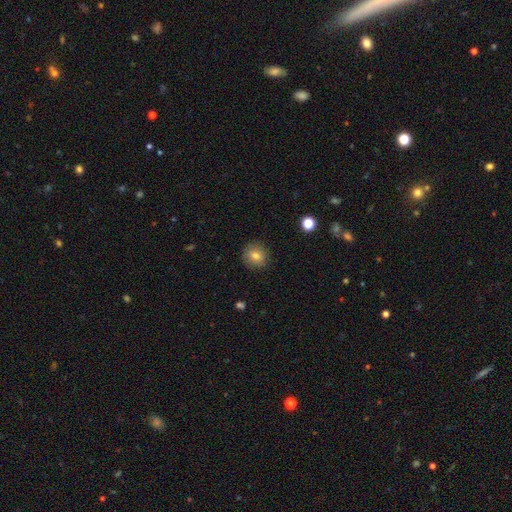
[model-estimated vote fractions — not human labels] smooth 77%, featured or disk 12%, star or artifact 11%. Down the decision tree: how rounded — round (84%); merging — none (88%).